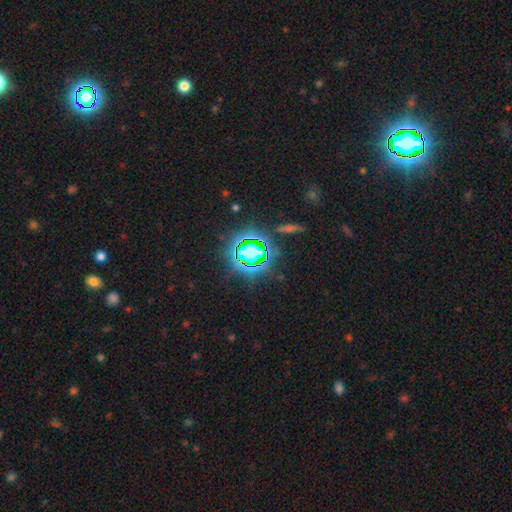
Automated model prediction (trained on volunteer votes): Smooth or featured? star or artifact (73%)